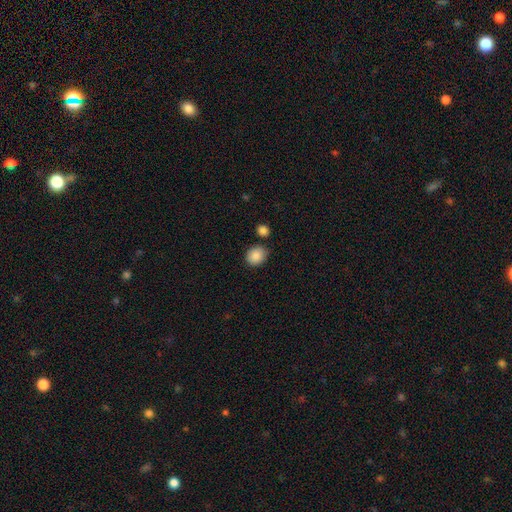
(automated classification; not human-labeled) A smooth galaxy with no disk features (88%) that is round (64%).

Vote fractions:
- Smooth or featured? smooth: 88% / star or artifact: 8% / featured or disk: 4%
- How rounded? round: 64% / in between: 35% / cigar-shaped: 1%
- Merging? none: 79% / minor disturbance: 12% / merger: 6% / major disturbance: 3%